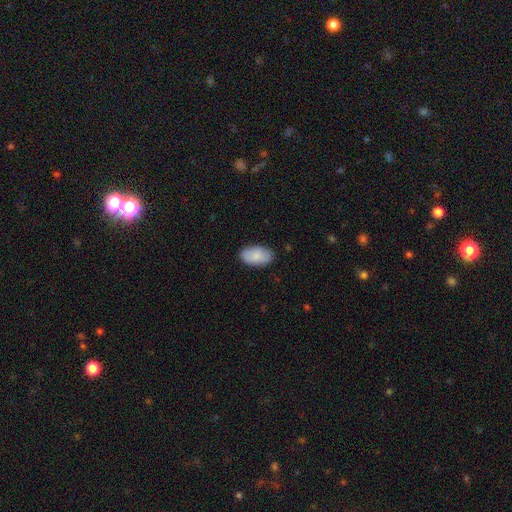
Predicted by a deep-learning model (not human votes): The model was most divided on "merging": none: 84%, minor disturbance: 12%, major disturbance: 2%, merger: 1%. More confident: how rounded — in between (95%); smooth or featured — smooth (86%).